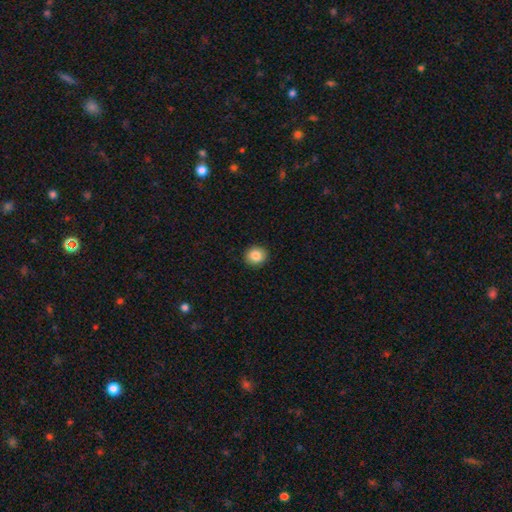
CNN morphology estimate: Smooth or featured? Predicted: smooth (p=0.85). How rounded? Predicted: round (p=0.81). Merging? Predicted: none (p=0.92).